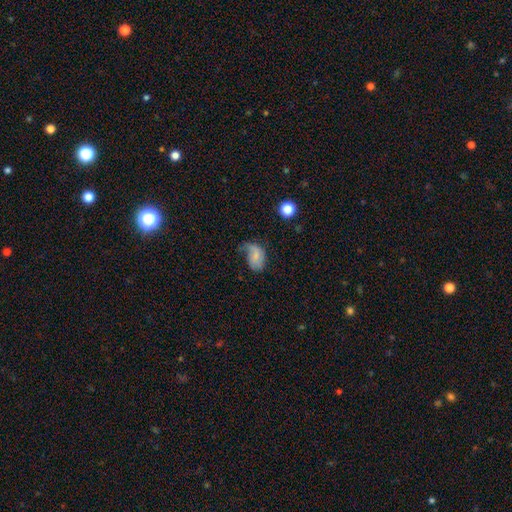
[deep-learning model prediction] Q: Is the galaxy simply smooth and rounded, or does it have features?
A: smooth — 61%.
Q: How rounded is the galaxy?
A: in between — 83%.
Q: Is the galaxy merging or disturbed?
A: minor disturbance — 34%, tied with major disturbance.